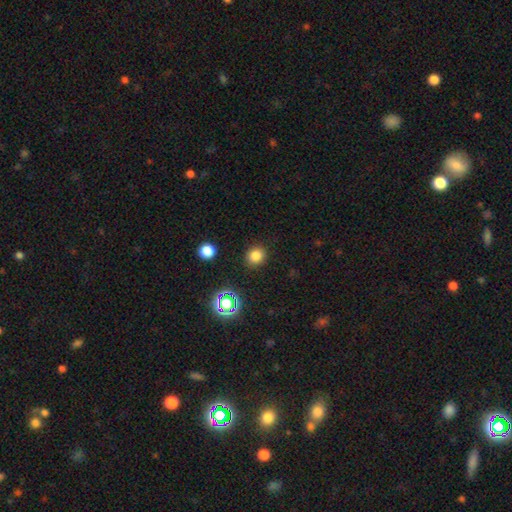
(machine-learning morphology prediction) Smooth or featured: smooth — 80% (star or artifact — 16%)
How rounded: round — 82% (in between — 17%)
Merging: none — 89% (minor disturbance — 7%)